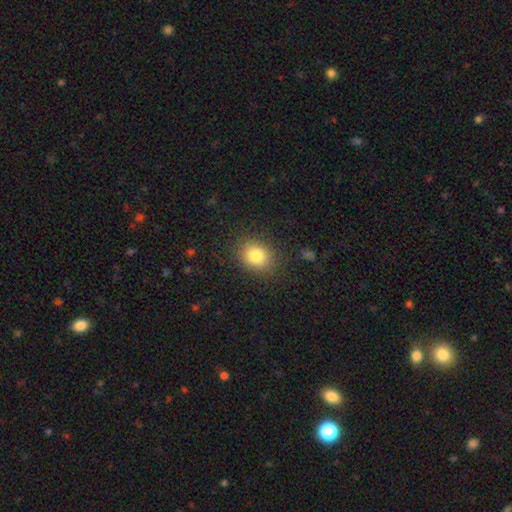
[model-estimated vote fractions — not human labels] smooth_or_featured: smooth (p=0.81) [alt: star or artifact p=0.11]
how_rounded: round (p=0.62) [alt: in between p=0.37]
merging: none (p=0.85) [alt: minor disturbance p=0.10]